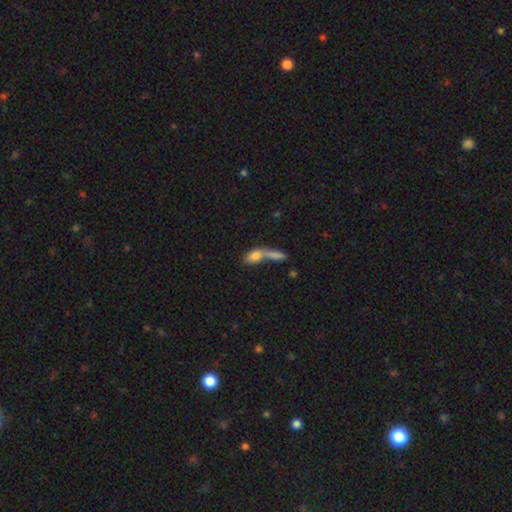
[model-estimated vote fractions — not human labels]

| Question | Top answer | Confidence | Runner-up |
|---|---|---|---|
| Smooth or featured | smooth | 75% | featured or disk (16%) |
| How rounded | in between | 71% | cigar-shaped (20%) |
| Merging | merger | 67% | none (20%) |